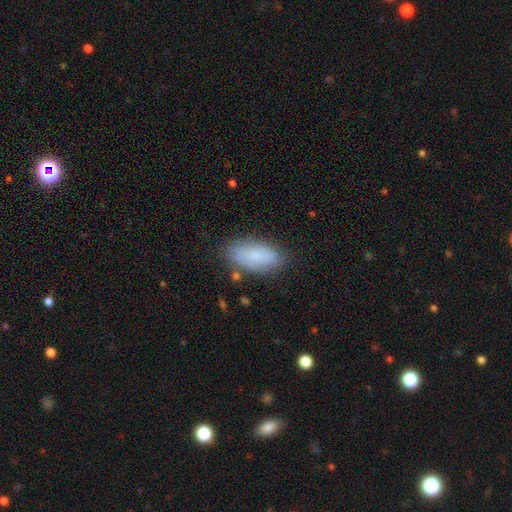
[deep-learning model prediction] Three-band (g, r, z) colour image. It shows a smooth galaxy with no disk features (79%) that is in between round and cigar-shaped (90%). Merging: none (78%).